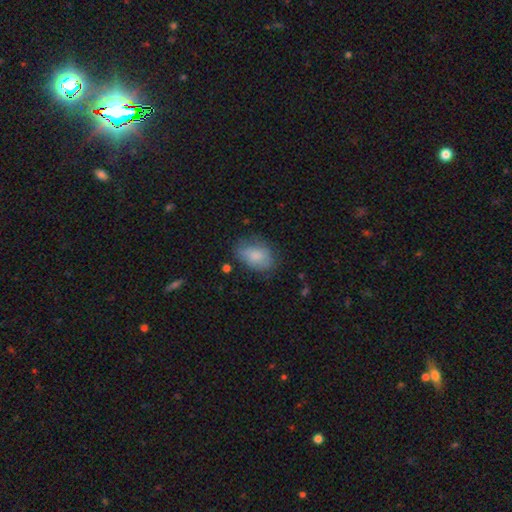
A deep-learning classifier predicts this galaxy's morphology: A smooth galaxy with no disk features (80%) that is in between round and cigar-shaped (85%).

Vote fractions:
- Smooth or featured? smooth: 80% / featured or disk: 12% / star or artifact: 8%
- How rounded? in between: 85% / round: 14% / cigar-shaped: 1%
- Merging? none: 64% / minor disturbance: 26% / major disturbance: 9% / merger: 2%